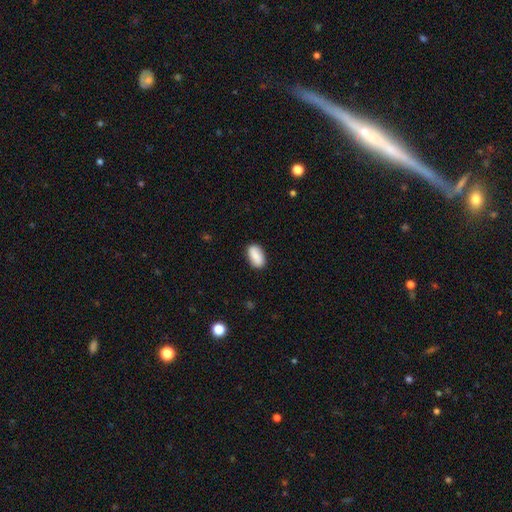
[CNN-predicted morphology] smooth 83%, featured or disk 10%, star or artifact 7%. Down the decision tree: how rounded — in between (92%); merging — none (86%).